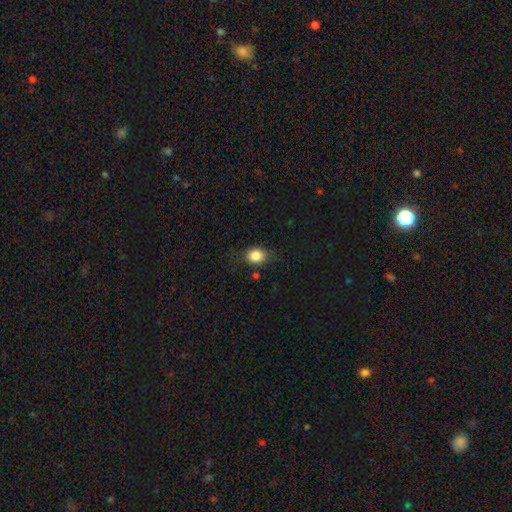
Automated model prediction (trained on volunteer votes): smooth 82%, star or artifact 11%, featured or disk 7%. Down the decision tree: how rounded — round (57%); merging — none (74%).